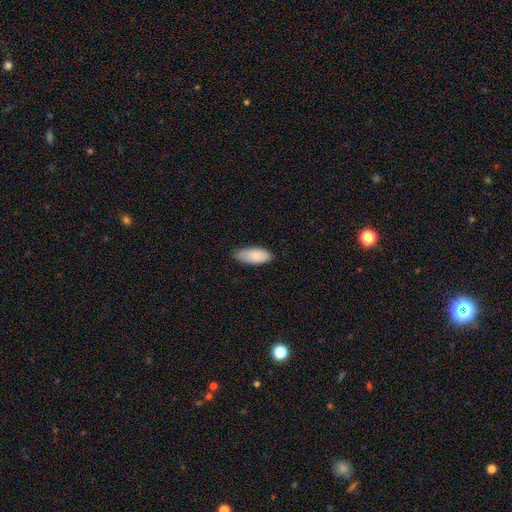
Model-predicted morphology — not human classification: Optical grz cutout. It shows a smooth galaxy with no disk features (86%) that is in between round and cigar-shaped (88%). Merging: none (76%).